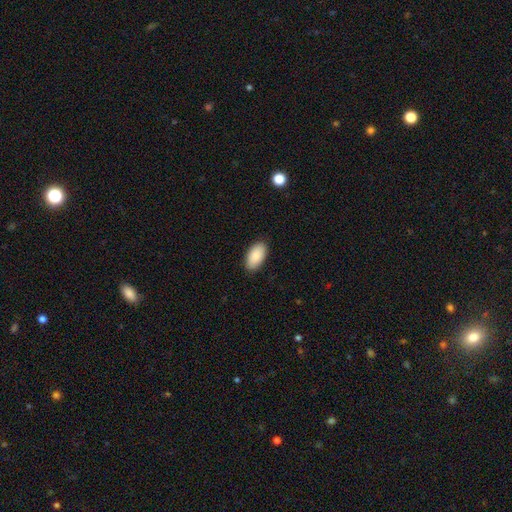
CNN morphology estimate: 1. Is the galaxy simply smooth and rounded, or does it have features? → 87% smooth, 7% featured or disk, 6% star or artifact.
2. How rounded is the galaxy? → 96% in between, 2% round, 2% cigar-shaped.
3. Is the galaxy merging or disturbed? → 88% none, 9% minor disturbance, 2% major disturbance, 1% merger.